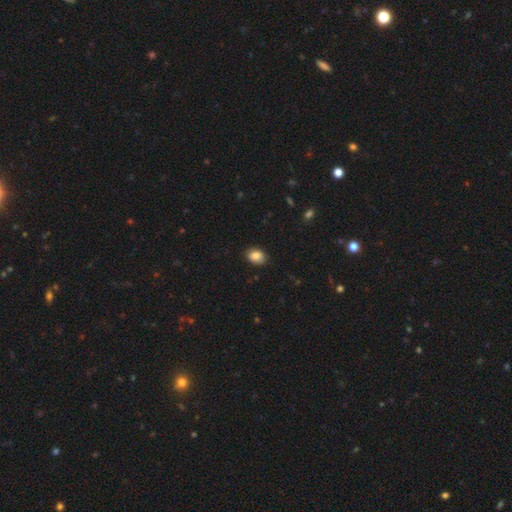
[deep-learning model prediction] A smooth galaxy with no disk features (86%) that is in between round and cigar-shaped (68%). Merging: none (87%).